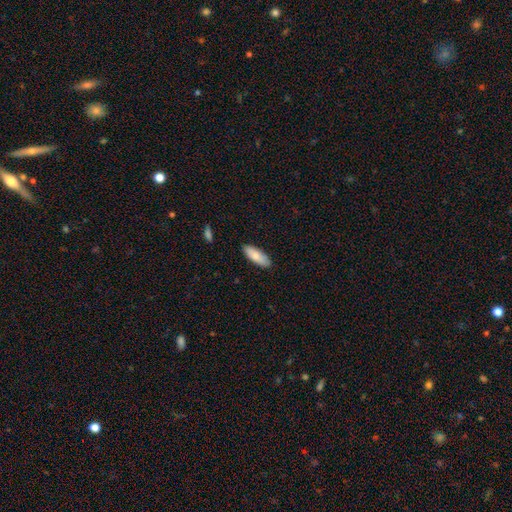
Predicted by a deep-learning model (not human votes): Morphology: type=smooth (83%); roundness=in between (70%); merging=none (87%).